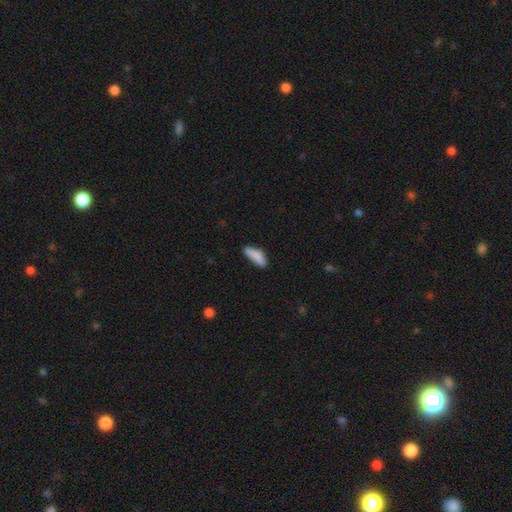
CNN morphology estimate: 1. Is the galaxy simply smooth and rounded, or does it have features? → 84% smooth, 9% featured or disk, 7% star or artifact.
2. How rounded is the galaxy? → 51% cigar-shaped, 47% in between, 2% round.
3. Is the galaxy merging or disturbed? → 68% none, 24% minor disturbance, 5% major disturbance, 3% merger.